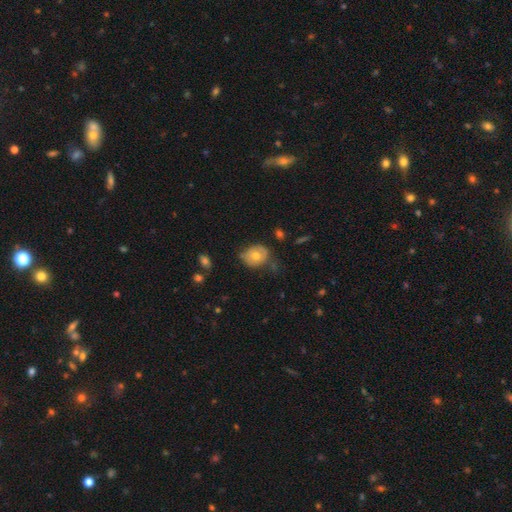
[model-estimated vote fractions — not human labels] Morphology: type=smooth (59%); roundness=round (57%); merging=none (54%).